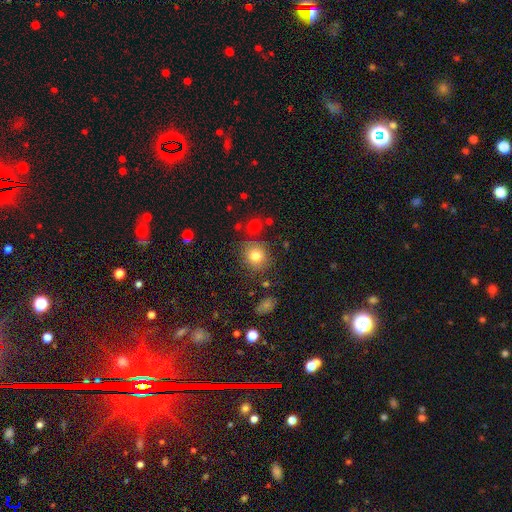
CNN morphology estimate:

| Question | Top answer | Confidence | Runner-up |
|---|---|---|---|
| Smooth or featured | smooth | 80% | star or artifact (12%) |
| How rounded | round | 83% | in between (16%) |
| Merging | none | 81% | minor disturbance (11%) |